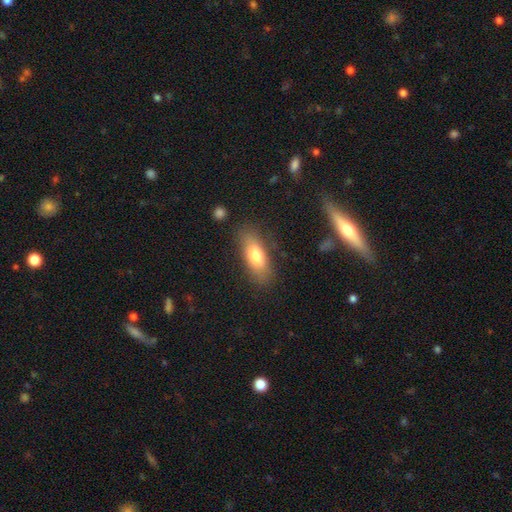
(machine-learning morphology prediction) smooth 76%, featured or disk 18%, star or artifact 7%. Down the decision tree: how rounded — in between (72%); merging — none (79%).